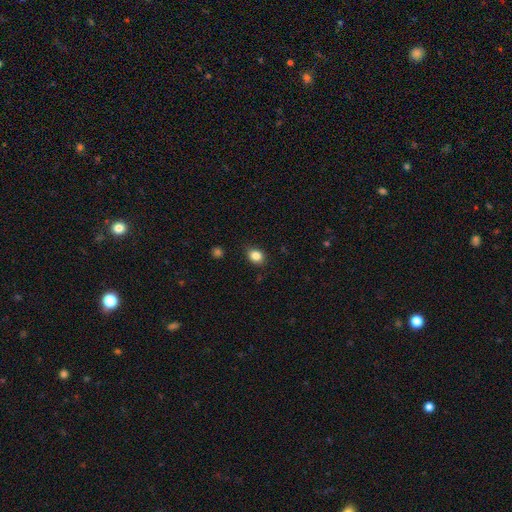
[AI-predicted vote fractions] Smooth or featured? smooth (85%)
How rounded? in between (55%)
Merging? none (83%)